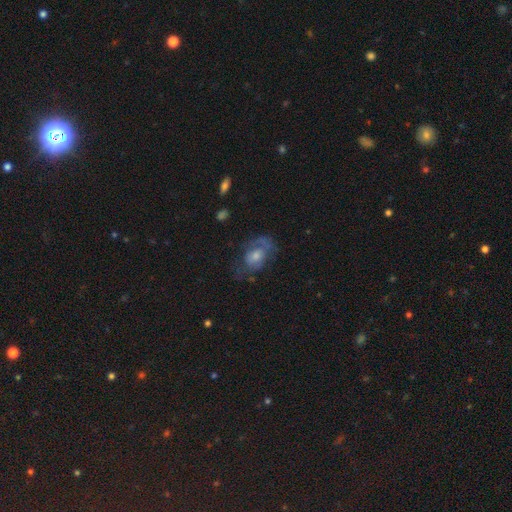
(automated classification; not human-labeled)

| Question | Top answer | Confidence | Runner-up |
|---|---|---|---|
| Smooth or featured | featured or disk | 59% | smooth (29%) |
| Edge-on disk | no | 95% | yes (5%) |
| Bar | no | 76% | weak (20%) |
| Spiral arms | yes | 62% | no (38%) |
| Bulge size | moderate | 50% | small (30%) |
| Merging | none | 54% | major disturbance (22%) |